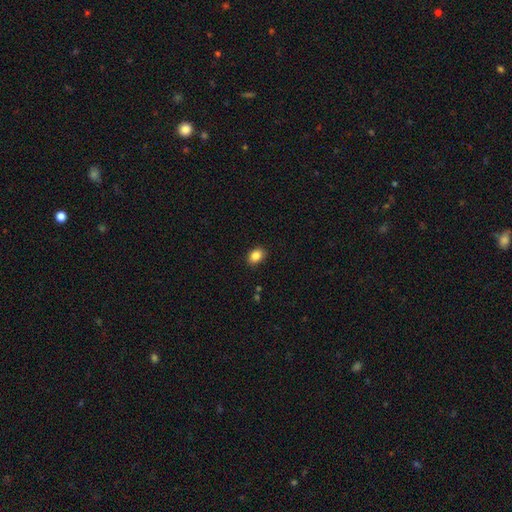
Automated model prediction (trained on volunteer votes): This appears to be a smooth galaxy with no disk features (86%) that is in between round and cigar-shaped (71%). Merging: none (89%).